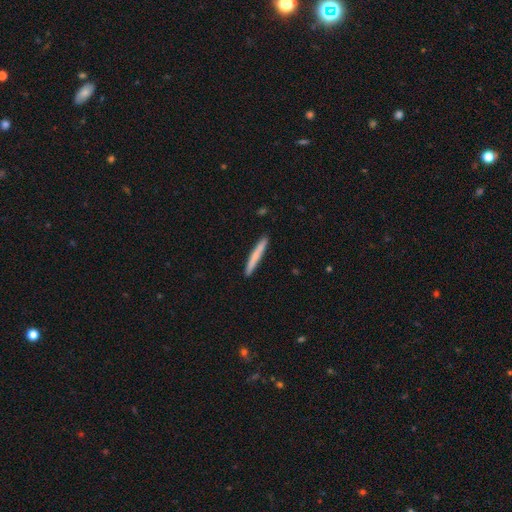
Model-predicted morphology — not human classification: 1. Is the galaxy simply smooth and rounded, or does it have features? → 69% smooth, 25% featured or disk, 5% star or artifact.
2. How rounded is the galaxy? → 97% cigar-shaped, 2% in between, 1% round.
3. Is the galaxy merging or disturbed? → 91% none, 7% minor disturbance, 1% major disturbance, 1% merger.